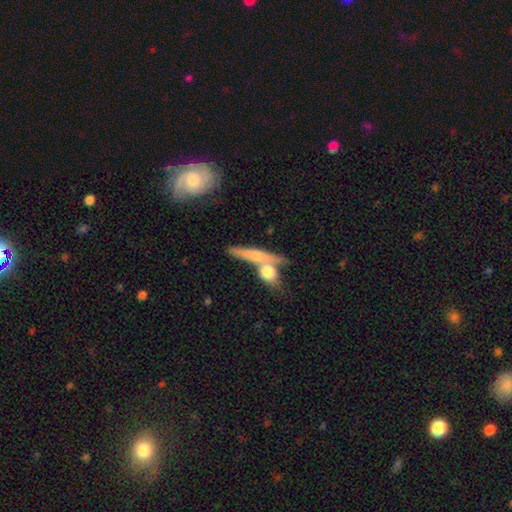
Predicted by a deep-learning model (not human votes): The model was most divided on "merging": none: 49%, merger: 33%, minor disturbance: 12%, major disturbance: 6%. More confident: how rounded — cigar-shaped (67%); smooth or featured — smooth (56%).